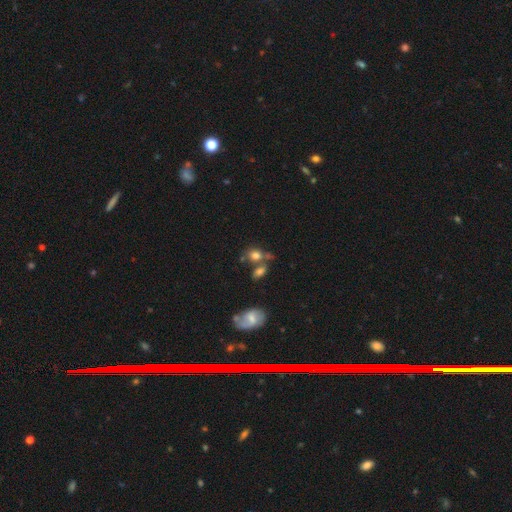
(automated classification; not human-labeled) Morphology: type=smooth (74%); roundness=in between (55%); merging=none (45%).